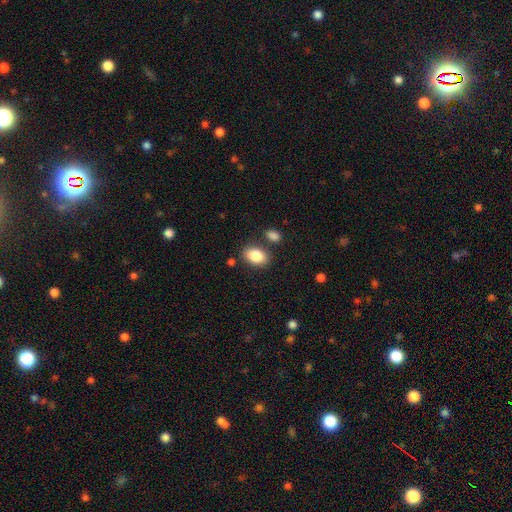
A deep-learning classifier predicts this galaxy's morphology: This appears to be a smooth galaxy with no disk features (86%) that is in between round and cigar-shaped (84%). Merging: none (78%).